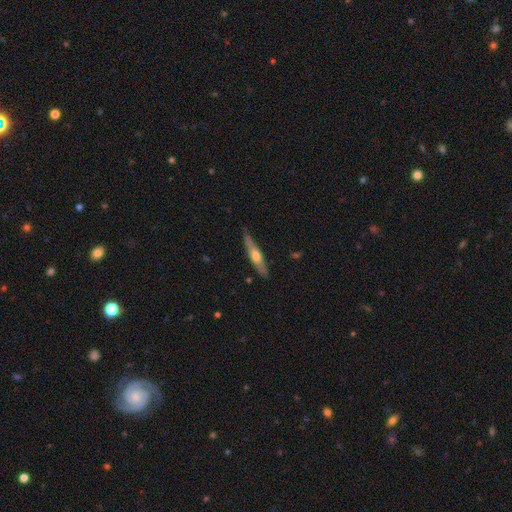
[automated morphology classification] This is possibly a featured or disk galaxy (50%). Merging: clearly none (83%).